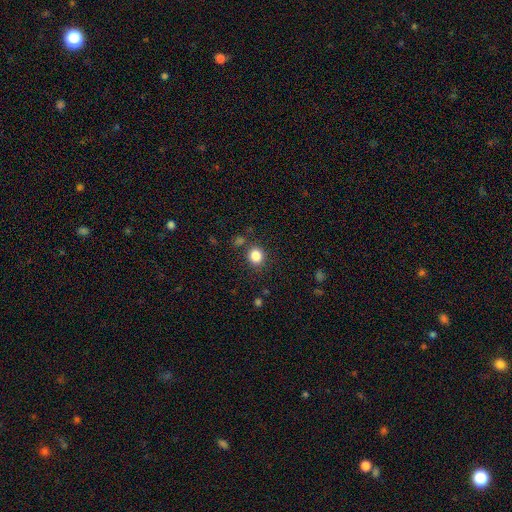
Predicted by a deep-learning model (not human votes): smooth 84%, star or artifact 12%, featured or disk 4%. Down the decision tree: how rounded — round (77%); merging — none (82%).